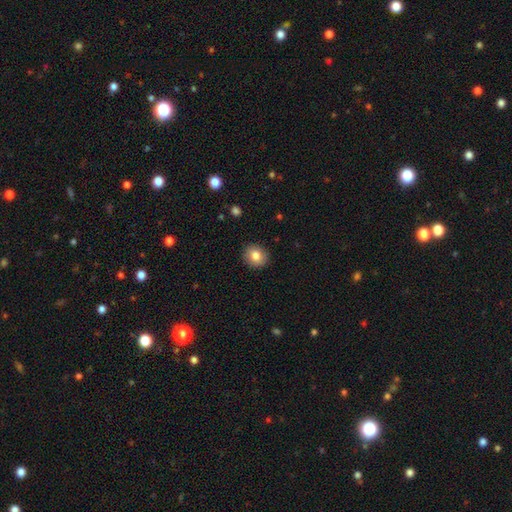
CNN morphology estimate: The model was most divided on "how rounded": round: 81%, in between: 18%, cigar-shaped: 1%. More confident: merging — none (91%); smooth or featured — smooth (82%).